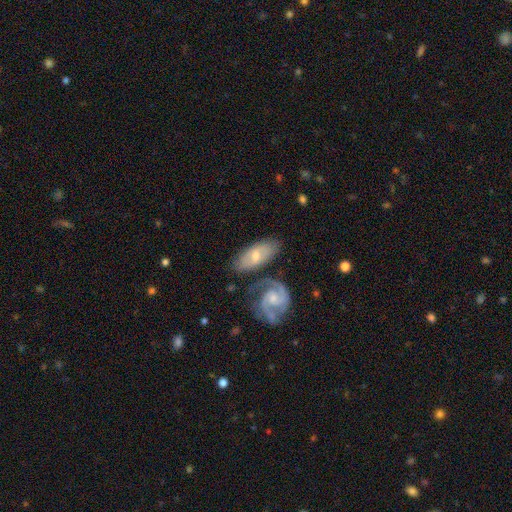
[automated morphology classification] Smooth or featured: featured or disk — 60% (smooth — 34%)
Edge-on disk: no — 89% (yes — 11%)
Bar: no — 53% (weak — 37%)
Spiral arms: yes — 84% (no — 16%)
Bulge size: moderate — 47% (small — 46%)
Merging: none — 58% (minor disturbance — 18%)